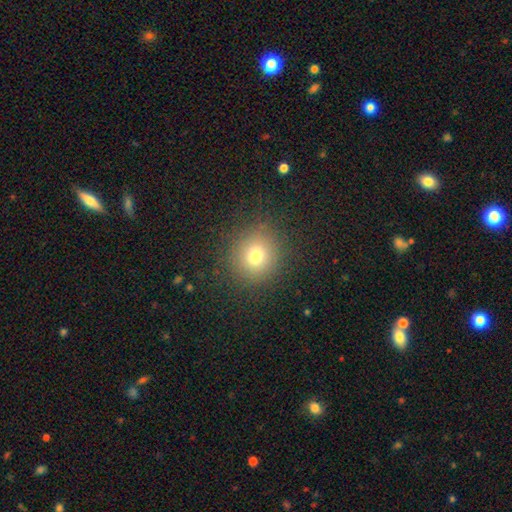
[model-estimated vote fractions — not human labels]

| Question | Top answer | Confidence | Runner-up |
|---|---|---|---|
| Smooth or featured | smooth | 75% | star or artifact (15%) |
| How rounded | round | 89% | in between (10%) |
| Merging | none | 87% | minor disturbance (8%) |